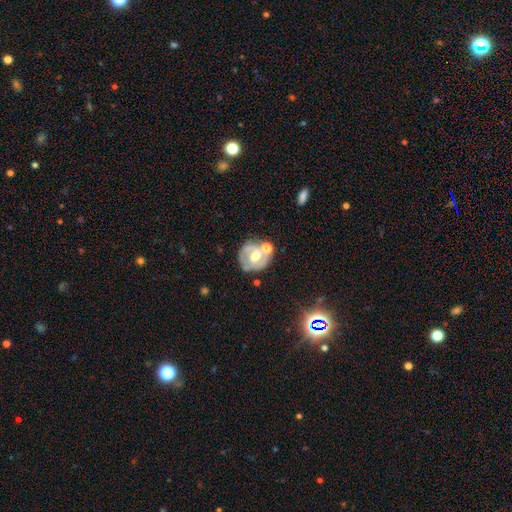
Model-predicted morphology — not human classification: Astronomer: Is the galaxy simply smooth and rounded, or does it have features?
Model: featured or disk — 63%.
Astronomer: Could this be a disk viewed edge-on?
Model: no — 96%.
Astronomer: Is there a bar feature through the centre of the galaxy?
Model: no — 49% (runner-up: weak, 35%).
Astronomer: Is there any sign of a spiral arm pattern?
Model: yes — 52% (runner-up: no, 48%).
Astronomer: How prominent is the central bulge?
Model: moderate — 68%.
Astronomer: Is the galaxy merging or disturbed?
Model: none — 53%.